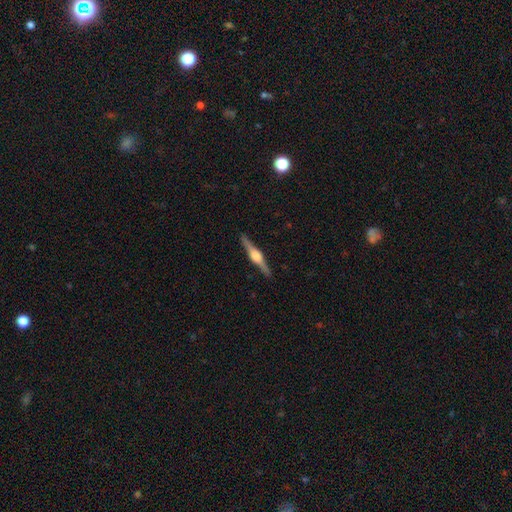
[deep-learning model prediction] The model was most divided on "smooth or featured": featured or disk: 84%, smooth: 12%, star or artifact: 5%. More confident: edge-on disk — yes (98%); merging — none (92%); edge-on bulge — rounded (90%).